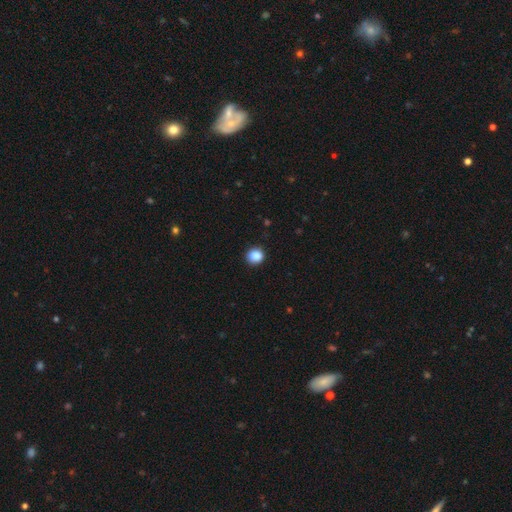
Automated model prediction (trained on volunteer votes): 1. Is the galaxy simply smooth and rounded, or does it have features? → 87% smooth, 10% star or artifact, 3% featured or disk.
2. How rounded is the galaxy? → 88% round, 11% in between, 1% cigar-shaped.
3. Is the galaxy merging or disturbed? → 90% none, 7% minor disturbance, 2% major disturbance, 1% merger.